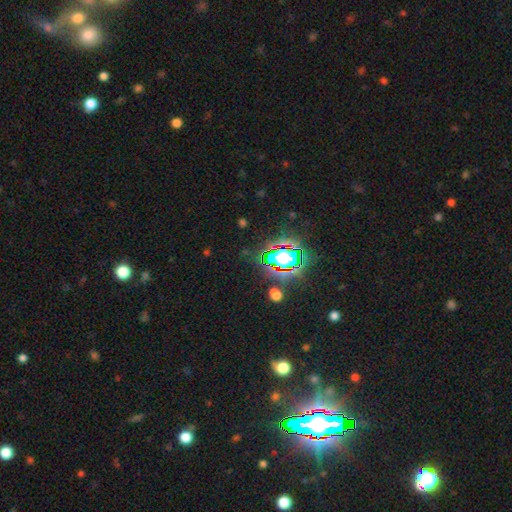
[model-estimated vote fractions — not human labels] This is likely a star or artifact rather than a galaxy (77%).